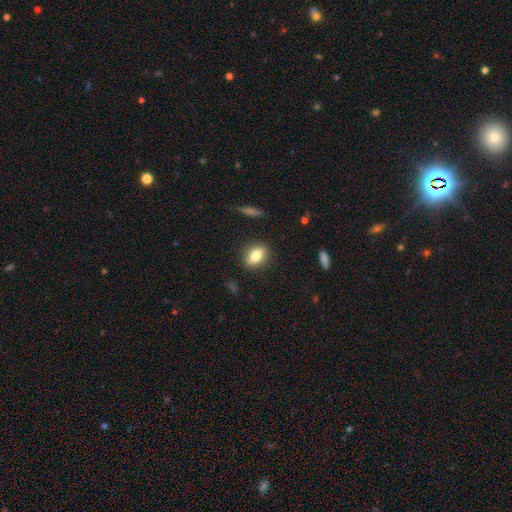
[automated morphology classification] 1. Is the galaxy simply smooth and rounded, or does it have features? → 76% smooth, 16% featured or disk, 9% star or artifact.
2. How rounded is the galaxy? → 73% in between, 20% round, 7% cigar-shaped.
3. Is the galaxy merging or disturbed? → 87% none, 9% minor disturbance, 3% major disturbance, 1% merger.